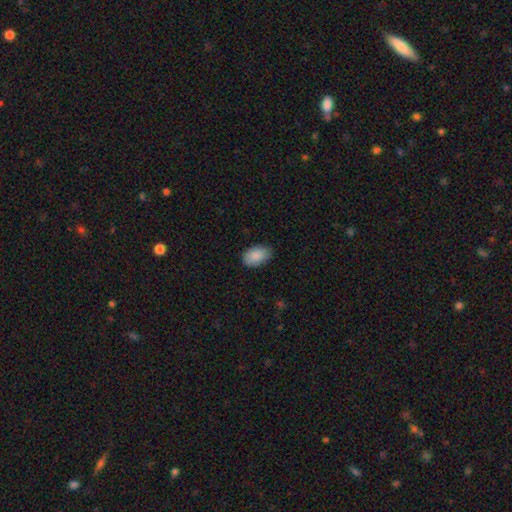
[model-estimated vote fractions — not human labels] A smooth galaxy with no disk features (89%) that is in between round and cigar-shaped (93%). Merging: none (82%).